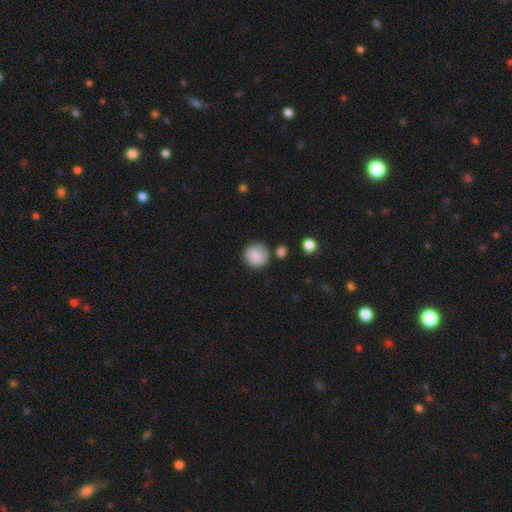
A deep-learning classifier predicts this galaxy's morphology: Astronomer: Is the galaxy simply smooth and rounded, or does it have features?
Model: smooth — 83%.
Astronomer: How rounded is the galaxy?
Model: round — 92%.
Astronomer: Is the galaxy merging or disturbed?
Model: none — 77%.